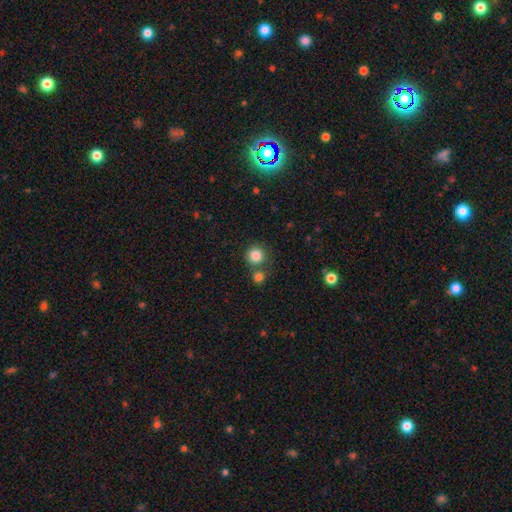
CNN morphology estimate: This appears to be a smooth galaxy with no disk features (84%) that is round (93%). Merging: none (70%).